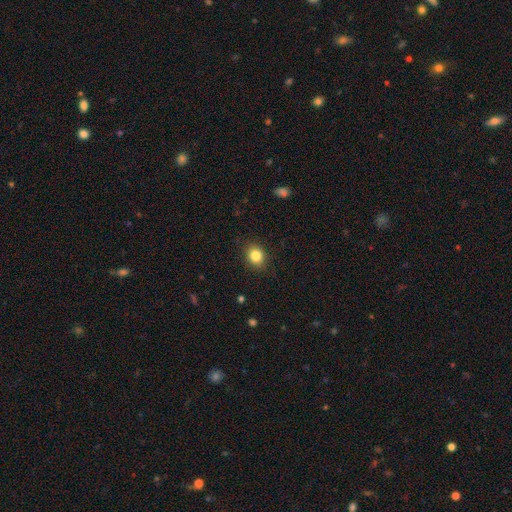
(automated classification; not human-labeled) The model was most divided on "how rounded": round: 63%, in between: 36%, cigar-shaped: 1%. More confident: merging — none (88%); smooth or featured — smooth (84%).